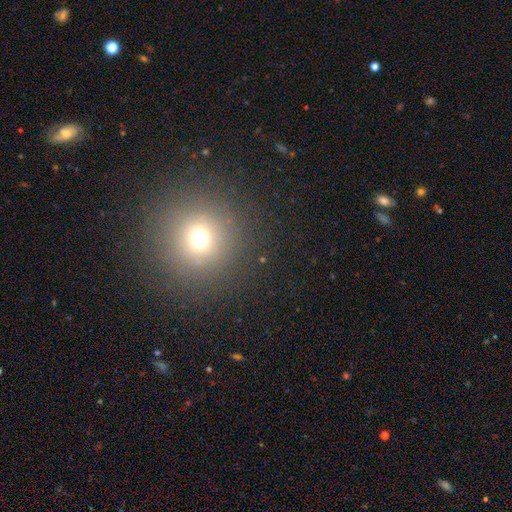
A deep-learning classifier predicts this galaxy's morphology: Smooth or featured? smooth (64%)
How rounded? round (94%)
Merging? none (92%)